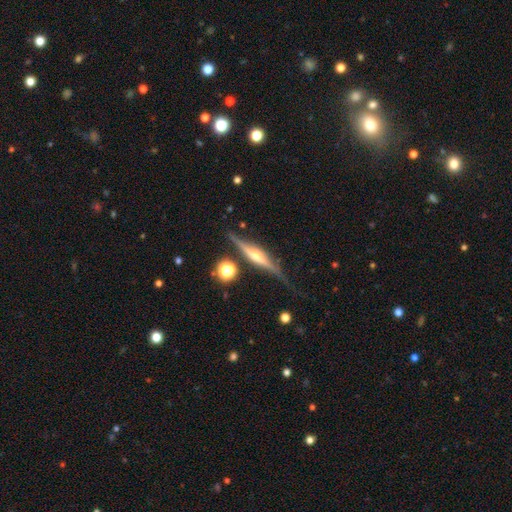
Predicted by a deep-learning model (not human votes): Q: Smooth or featured?
A: featured or disk (82%); runner-up: smooth (12%)
Q: Edge-on disk?
A: yes (97%); runner-up: no (3%)
Q: Edge-on bulge?
A: rounded (86%); runner-up: boxy (8%)
Q: Merging?
A: none (78%); runner-up: minor disturbance (15%)